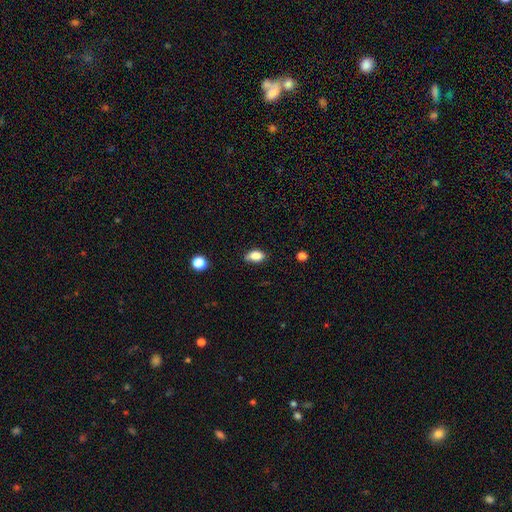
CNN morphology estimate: smooth 85%, star or artifact 9%, featured or disk 6%. Down the decision tree: how rounded — in between (86%); merging — none (70%).